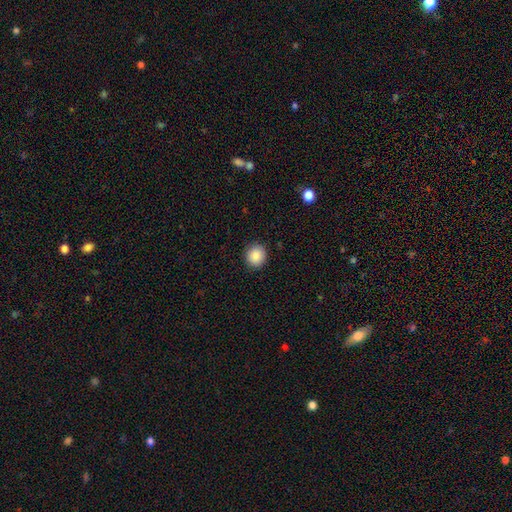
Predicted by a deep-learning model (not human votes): A smooth galaxy with no disk features (88%) that is round (87%).

Vote fractions:
- Smooth or featured? smooth: 88% / star or artifact: 9% / featured or disk: 3%
- How rounded? round: 87% / in between: 12% / cigar-shaped: 1%
- Merging? none: 91% / minor disturbance: 6% / major disturbance: 2% / merger: 1%